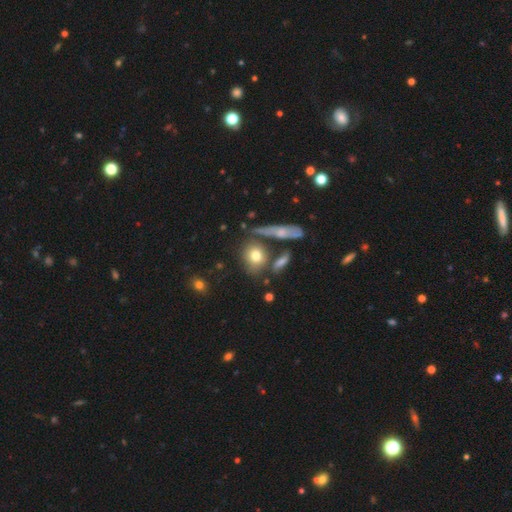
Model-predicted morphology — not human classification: Overall: smooth (73%). How rounded: round (62%; in between 32%). Merging: none (62%).